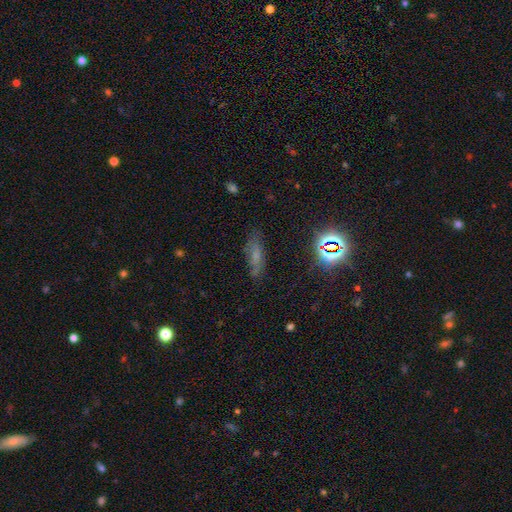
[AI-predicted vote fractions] Q: Smooth or featured?
A: smooth (48%); runner-up: featured or disk (29%)
Q: Merging?
A: none (71%); runner-up: minor disturbance (20%)